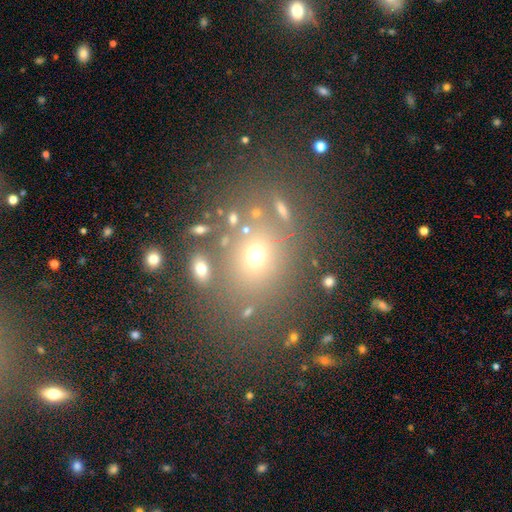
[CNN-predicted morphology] A smooth galaxy with no disk features (54%) that is round (55%). Merging: none (72%).